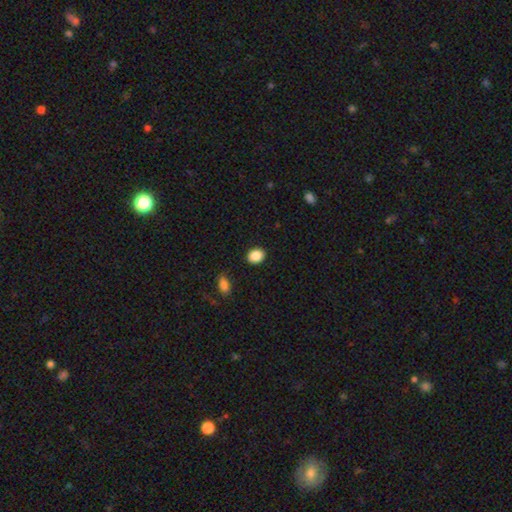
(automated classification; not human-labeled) smooth 88%, star or artifact 8%, featured or disk 4%. Down the decision tree: how rounded — in between (52%); merging — none (89%).